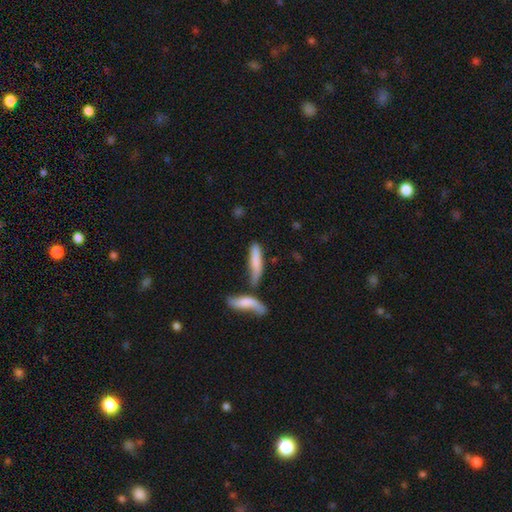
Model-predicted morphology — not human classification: This is likely a smooth galaxy (69%). How rounded: likely cigar-shaped (77%). Merging: marginally merger (40%).